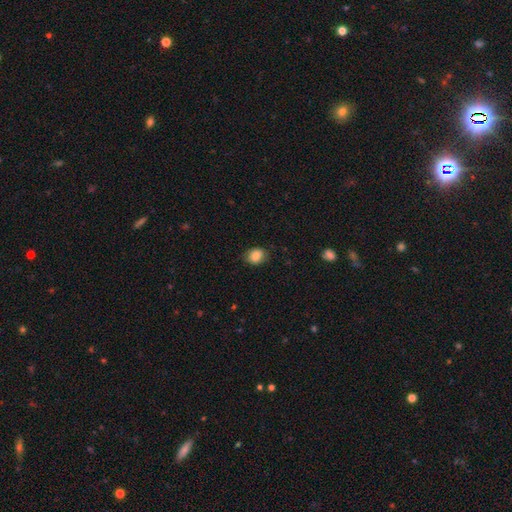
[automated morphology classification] Smooth or featured? Predicted: smooth (p=0.84). How rounded? Predicted: in between (p=0.51). Merging? Predicted: none (p=0.82).